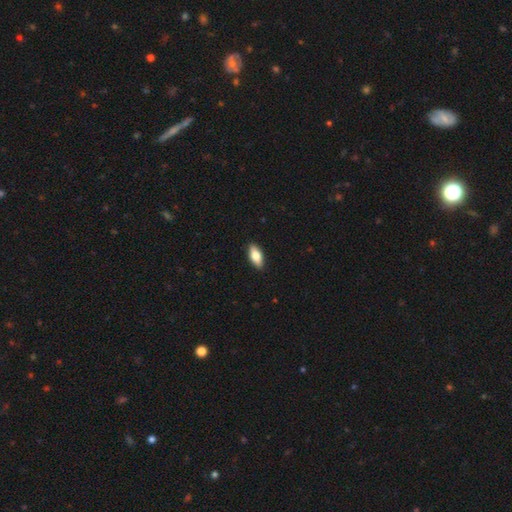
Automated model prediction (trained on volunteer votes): smooth_or_featured: smooth (p=0.74) [alt: featured or disk p=0.20]
how_rounded: in between (p=0.81) [alt: cigar-shaped p=0.16]
merging: none (p=0.90) [alt: minor disturbance p=0.08]